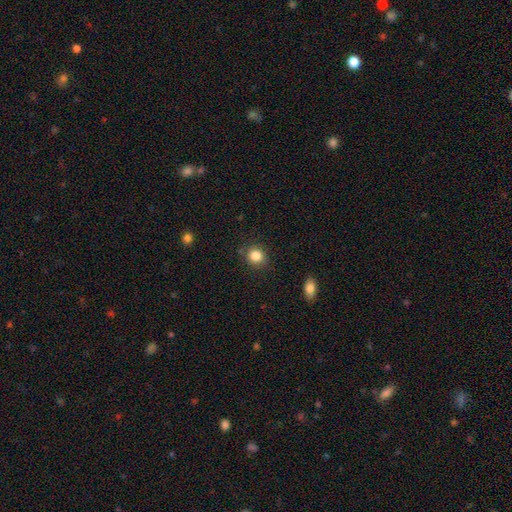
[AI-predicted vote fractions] smooth_or_featured: smooth (p=0.84) [alt: star or artifact p=0.11]
how_rounded: round (p=0.82) [alt: in between p=0.17]
merging: none (p=0.85) [alt: minor disturbance p=0.10]